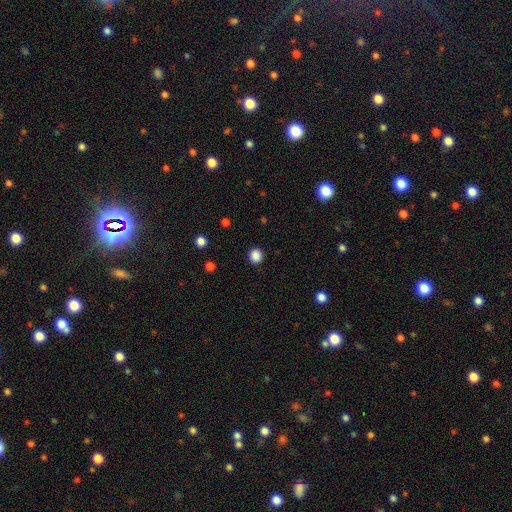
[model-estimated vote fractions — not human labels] The model was most divided on "how rounded": round: 87%, in between: 12%, cigar-shaped: 1%. More confident: merging — none (91%); smooth or featured — smooth (87%).